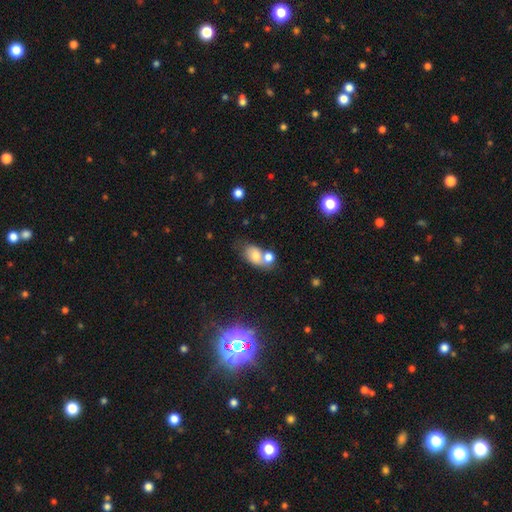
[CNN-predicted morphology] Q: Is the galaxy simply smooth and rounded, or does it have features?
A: smooth — 71%.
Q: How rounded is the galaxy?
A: in between — 79%.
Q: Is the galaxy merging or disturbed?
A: merger — 49%.